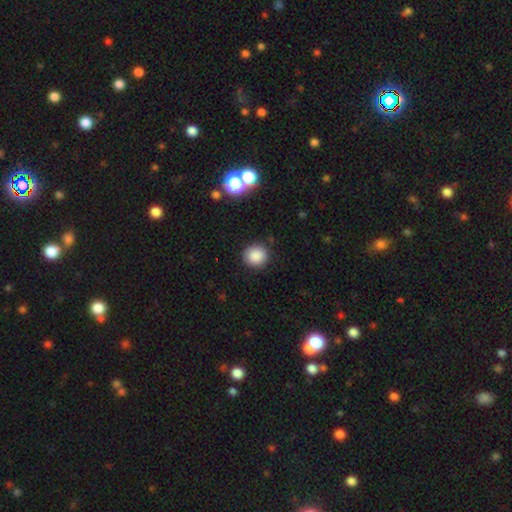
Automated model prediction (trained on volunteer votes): smooth-or-featured: smooth: 86% | star or artifact: 10% | featured or disk: 4%
  how-rounded: round: 89% | in between: 10% | cigar-shaped: 1%
  merging: none: 89% | minor disturbance: 8% | major disturbance: 2% | merger: 2%